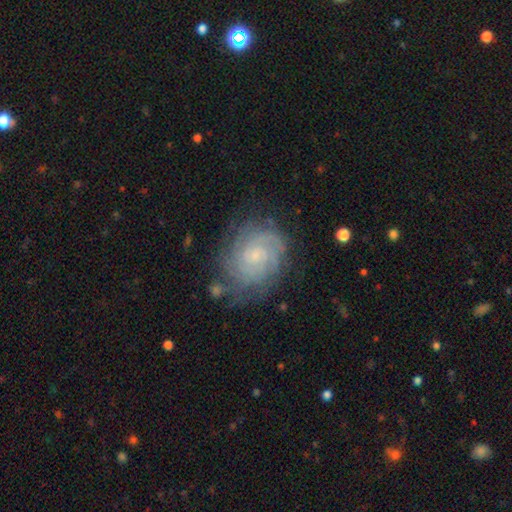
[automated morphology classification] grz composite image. It shows a featured or disk galaxy (77%) with no bar (70%), tight (73%) spiral arms (94%) and a small central bulge (68%). Merging: none (71%).